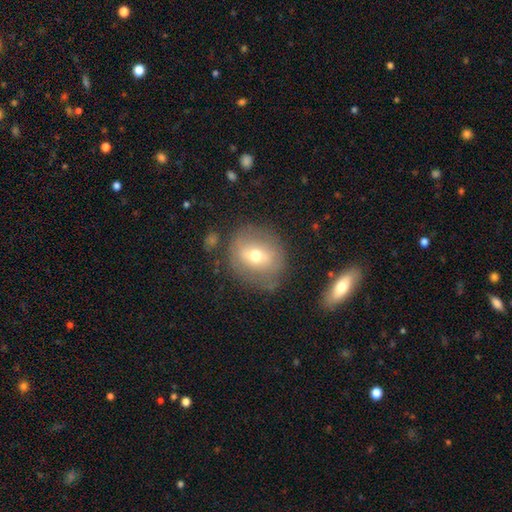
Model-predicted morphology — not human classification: This appears to be a smooth galaxy with no disk features (50%). Merging: none (72%).